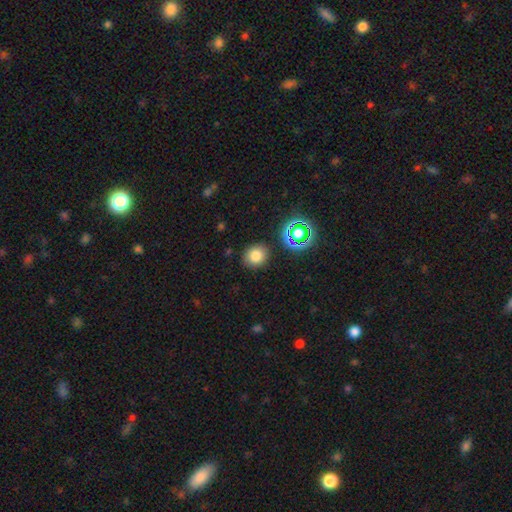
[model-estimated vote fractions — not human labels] Q: Smooth or featured?
A: smooth (77%); runner-up: star or artifact (16%)
Q: How rounded?
A: round (76%); runner-up: in between (23%)
Q: Merging?
A: none (87%); runner-up: minor disturbance (8%)